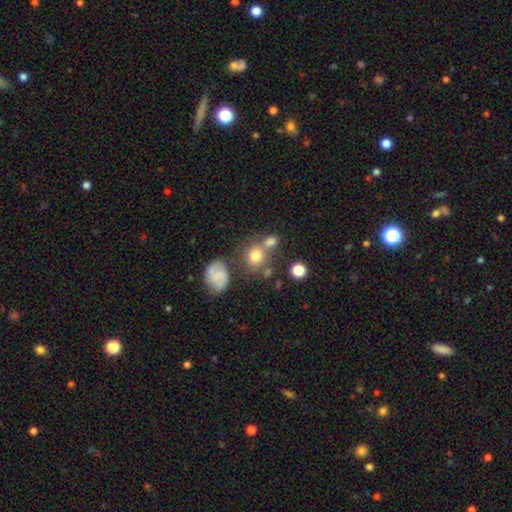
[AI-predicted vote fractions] Q: Smooth or featured?
A: smooth (72%); runner-up: featured or disk (16%)
Q: How rounded?
A: round (77%); runner-up: in between (22%)
Q: Merging?
A: none (53%); runner-up: merger (28%)